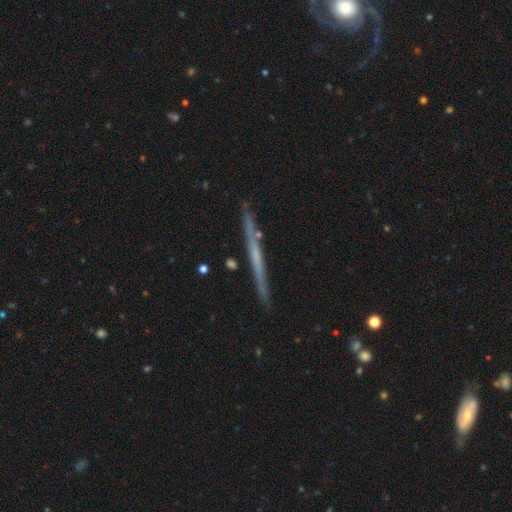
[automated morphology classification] Overall: featured or disk (59%; smooth 35%). Edge-on disk: yes (97%). Edge-on bulge: none (87%). Merging: none (88%).